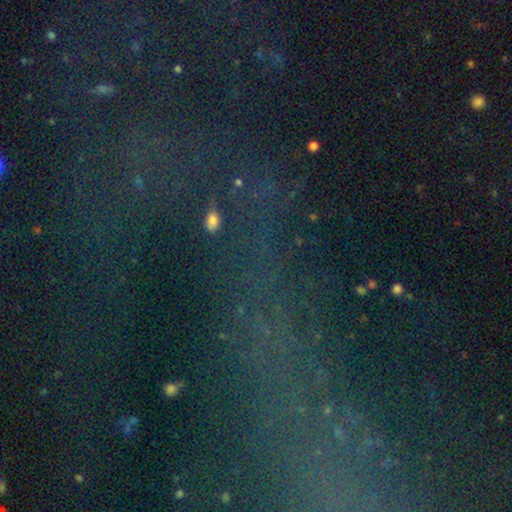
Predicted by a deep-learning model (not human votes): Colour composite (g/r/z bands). It shows a star or artifact, not a galaxy (73%).